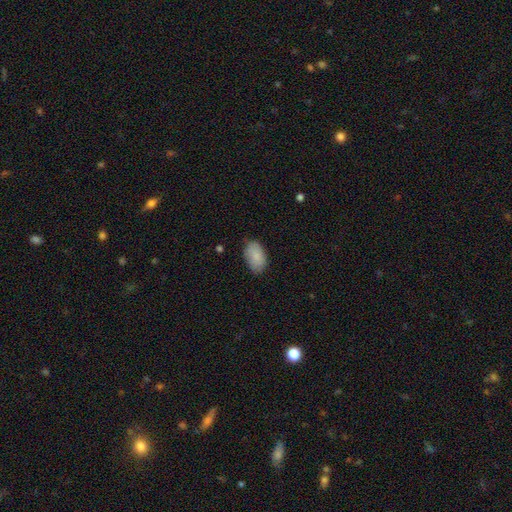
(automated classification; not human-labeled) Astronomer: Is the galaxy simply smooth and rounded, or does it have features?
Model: smooth — 87%.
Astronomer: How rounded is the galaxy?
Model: in between — 94%.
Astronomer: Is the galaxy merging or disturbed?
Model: none — 81%.